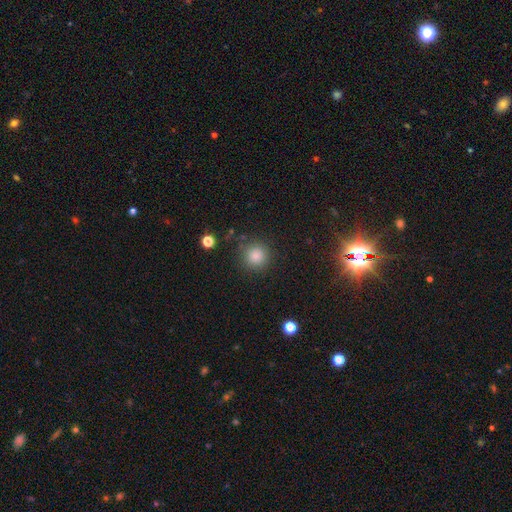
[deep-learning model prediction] Morphology: type=smooth (84%); roundness=round (94%); merging=none (85%).